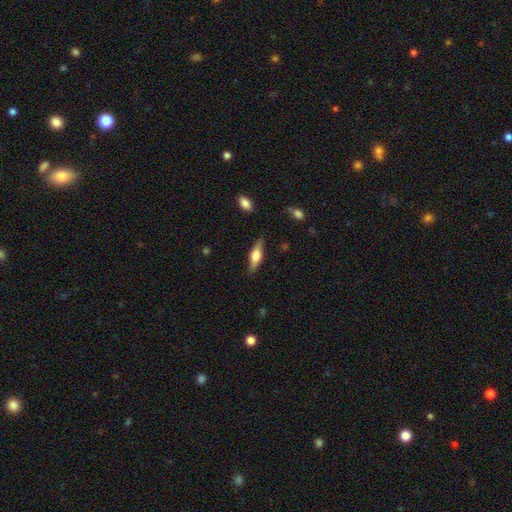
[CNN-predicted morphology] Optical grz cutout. It shows a smooth galaxy with no disk features (56%) that is cigar-shaped (50%). Merging: none (82%).